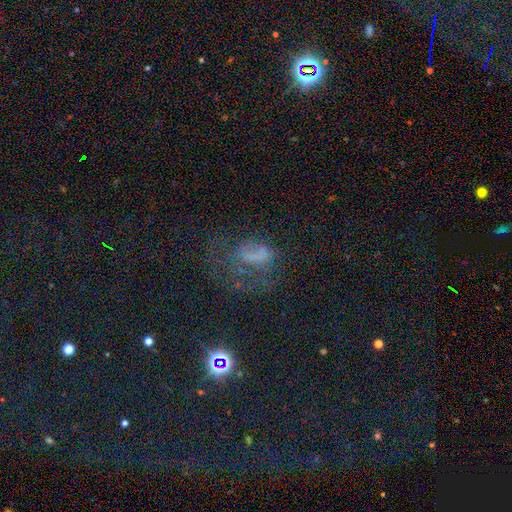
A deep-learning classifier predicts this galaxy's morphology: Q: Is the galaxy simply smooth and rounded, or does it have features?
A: featured or disk — 35%.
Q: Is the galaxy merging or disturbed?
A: major disturbance — 43%.